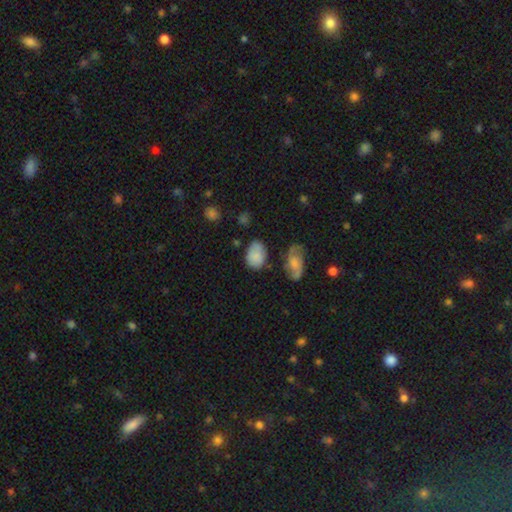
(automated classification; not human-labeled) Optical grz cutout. It shows a smooth galaxy with no disk features (80%) that is in between round and cigar-shaped (80%). Merging: none (55%).